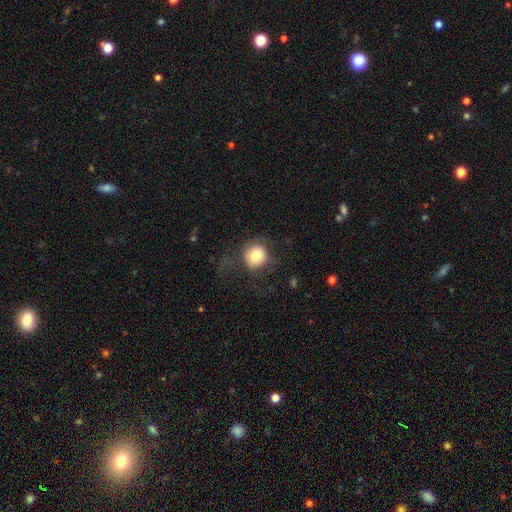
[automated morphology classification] This appears to be a smooth galaxy with no disk features (78%) that is round (88%). Merging: none (66%).